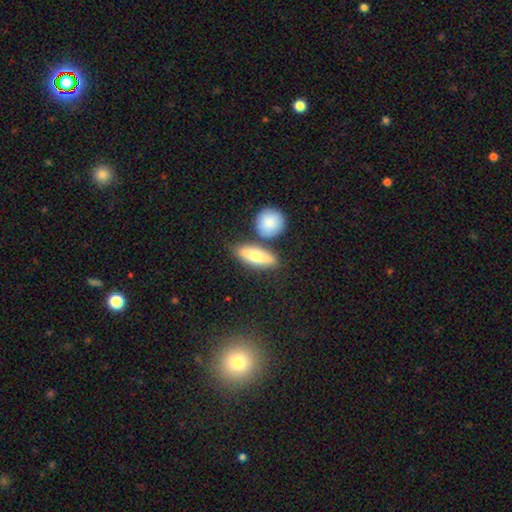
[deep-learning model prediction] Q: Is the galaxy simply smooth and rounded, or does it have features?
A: smooth — 68%.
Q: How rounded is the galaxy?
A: in between — 56%.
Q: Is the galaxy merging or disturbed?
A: none — 70%.